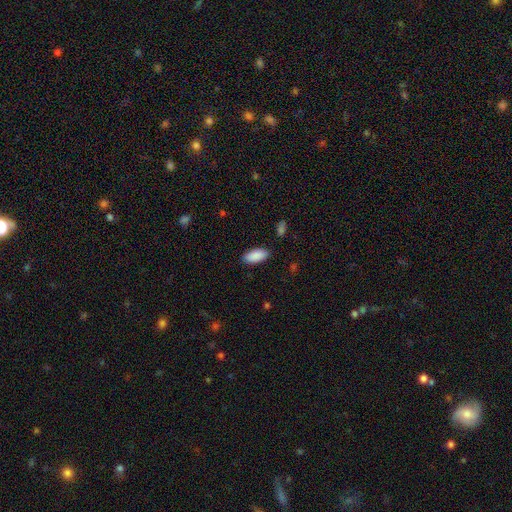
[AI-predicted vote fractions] Morphology: type=smooth (90%); roundness=in between (90%); merging=none (88%).